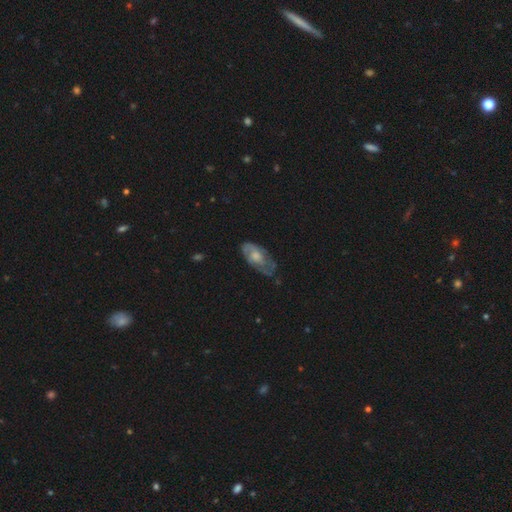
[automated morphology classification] featured or disk 56%, smooth 38%, star or artifact 6%. Down the decision tree: edge-on disk — no (90%); bar — no (77%); spiral arms — yes (64%); bulge size — moderate (52%); merging — none (54%).